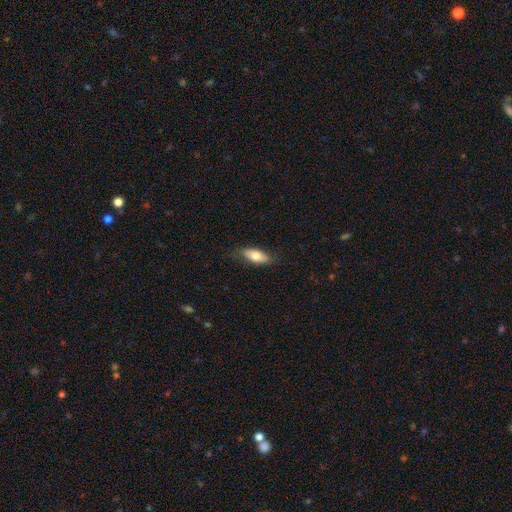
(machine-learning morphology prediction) The model was most divided on "smooth or featured": smooth: 72%, featured or disk: 22%, star or artifact: 6%. More confident: merging — none (80%); how rounded — in between (77%).